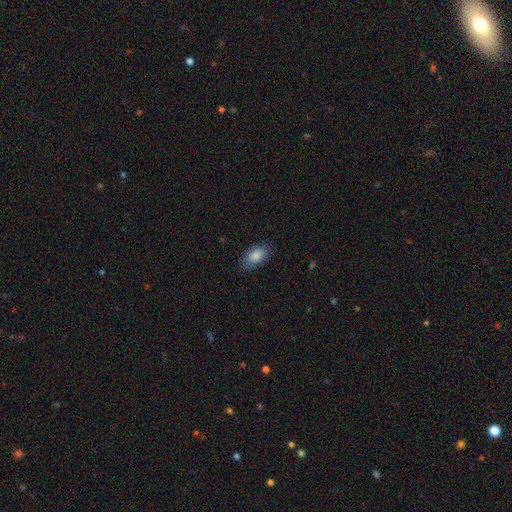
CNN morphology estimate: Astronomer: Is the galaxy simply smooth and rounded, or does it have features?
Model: smooth — 84%.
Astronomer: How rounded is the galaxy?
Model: in between — 92%.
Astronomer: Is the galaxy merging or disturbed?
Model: none — 82%.